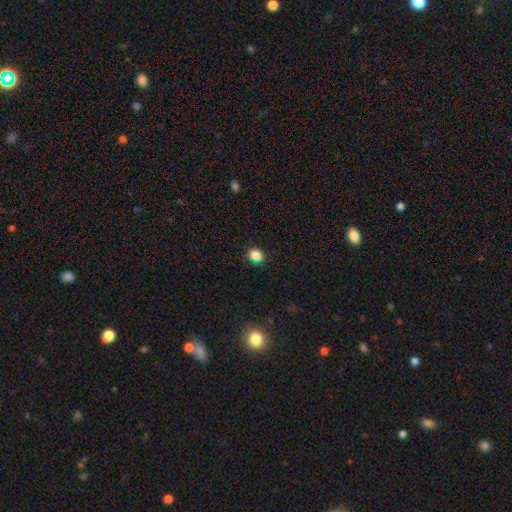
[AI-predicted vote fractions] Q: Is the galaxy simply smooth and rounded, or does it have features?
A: smooth — 84%.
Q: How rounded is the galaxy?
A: round — 50%.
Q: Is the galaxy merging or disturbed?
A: none — 83%.